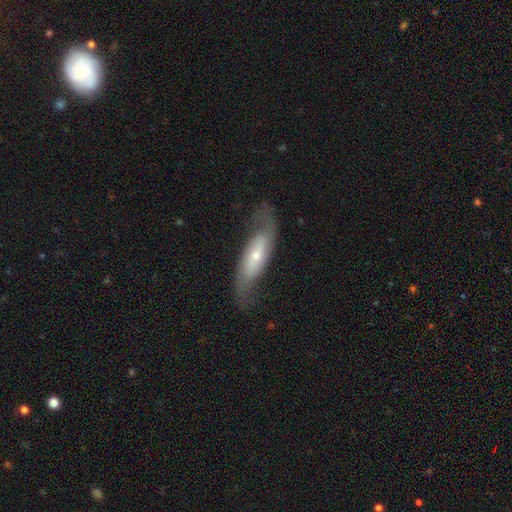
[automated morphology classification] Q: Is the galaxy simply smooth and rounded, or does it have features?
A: featured or disk — 59%.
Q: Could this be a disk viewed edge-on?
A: no — 73%.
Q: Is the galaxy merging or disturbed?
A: none — 68%.